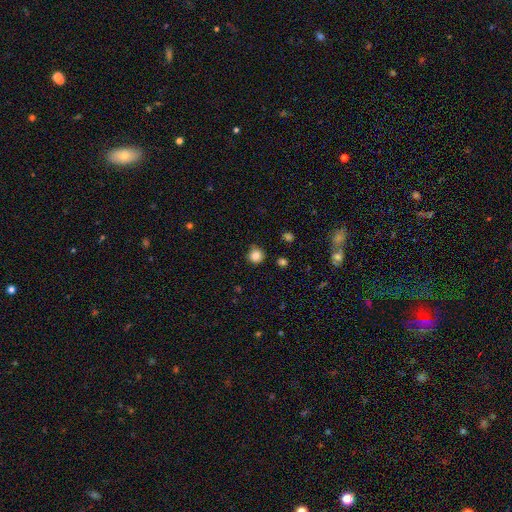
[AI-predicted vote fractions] A smooth galaxy with no disk features (83%) that is round (92%).

Vote fractions:
- Smooth or featured? smooth: 83% / star or artifact: 11% / featured or disk: 6%
- How rounded? round: 92% / in between: 7% / cigar-shaped: 1%
- Merging? none: 82% / minor disturbance: 14% / major disturbance: 3% / merger: 2%